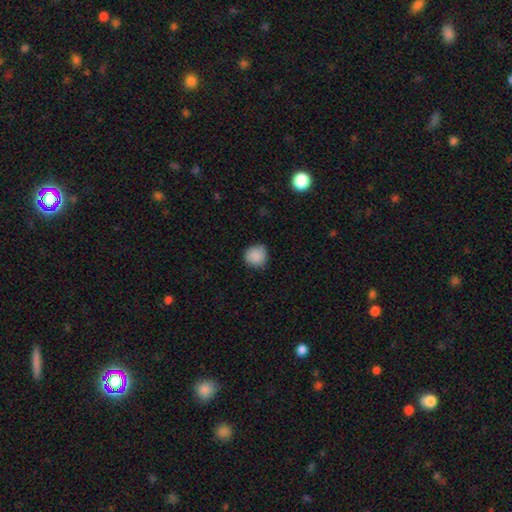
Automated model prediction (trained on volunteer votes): The model was most divided on "merging": none: 80%, minor disturbance: 16%, major disturbance: 3%, merger: 1%. More confident: how rounded — round (90%); smooth or featured — smooth (87%).